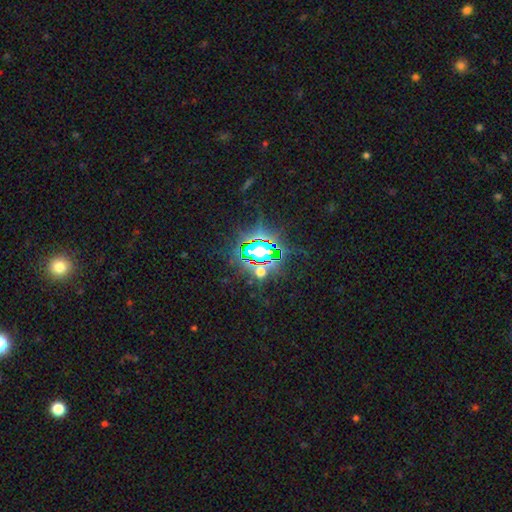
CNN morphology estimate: The model was most divided on "smooth or featured": star or artifact: 78%, smooth: 12%, featured or disk: 10%.